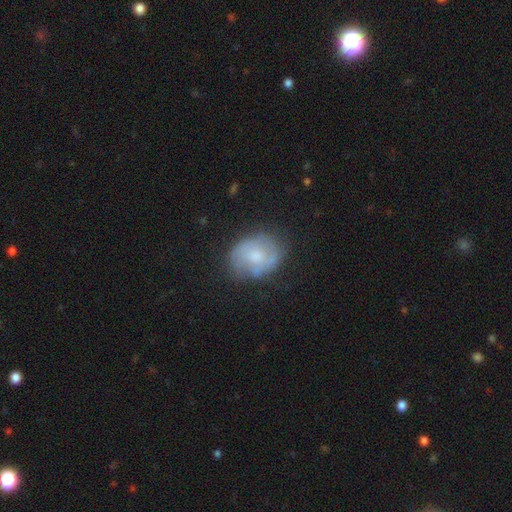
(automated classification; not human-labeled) Smooth or featured?
  - smooth: 48% *
  - featured or disk: 45%
  - star or artifact: 7%
Merging?
  - none: 65% *
  - minor disturbance: 23%
  - major disturbance: 9%
  - merger: 2%